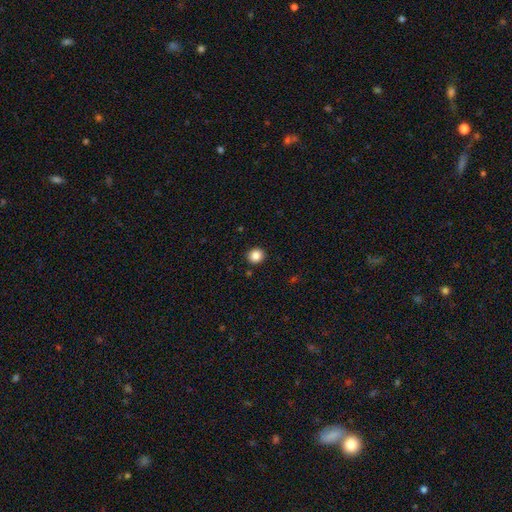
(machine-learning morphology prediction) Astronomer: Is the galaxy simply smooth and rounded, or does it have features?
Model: smooth — 86%.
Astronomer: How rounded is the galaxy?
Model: round — 84%.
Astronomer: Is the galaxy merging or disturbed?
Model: none — 91%.